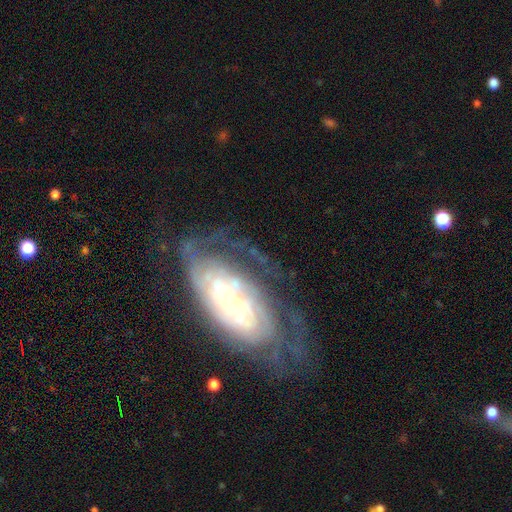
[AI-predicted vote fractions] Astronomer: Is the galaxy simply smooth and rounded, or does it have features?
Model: featured or disk — 79%.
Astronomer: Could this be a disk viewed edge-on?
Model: no — 91%.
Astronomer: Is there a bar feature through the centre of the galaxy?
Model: no — 63%.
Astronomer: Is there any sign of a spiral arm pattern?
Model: yes — 89%.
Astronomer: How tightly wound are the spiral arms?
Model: tight — 71%.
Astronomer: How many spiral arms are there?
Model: can't tell — 54%.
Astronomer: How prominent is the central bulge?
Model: small — 58%.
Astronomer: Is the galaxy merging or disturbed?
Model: none — 62%.